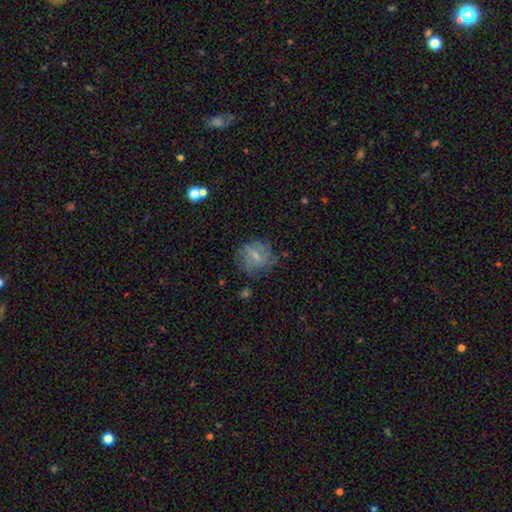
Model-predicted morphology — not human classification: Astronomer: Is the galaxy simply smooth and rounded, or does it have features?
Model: smooth — 49% (runner-up: featured or disk, 40%).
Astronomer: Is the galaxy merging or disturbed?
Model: none — 62%.